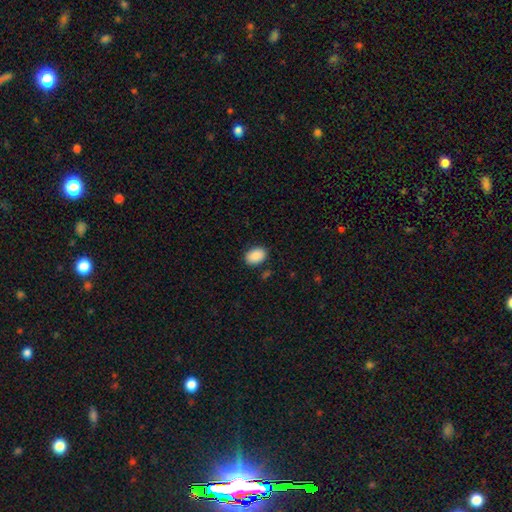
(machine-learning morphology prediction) The model was most divided on "how rounded": in between: 78%, round: 21%, cigar-shaped: 1%. More confident: smooth or featured — smooth (89%); merging — none (86%).